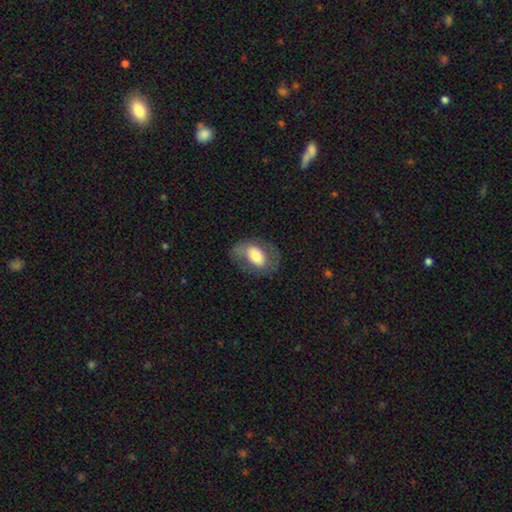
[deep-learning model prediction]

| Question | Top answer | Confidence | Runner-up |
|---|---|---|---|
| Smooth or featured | smooth | 51% | featured or disk (42%) |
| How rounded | in between | 82% | round (16%) |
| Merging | none | 69% | minor disturbance (18%) |